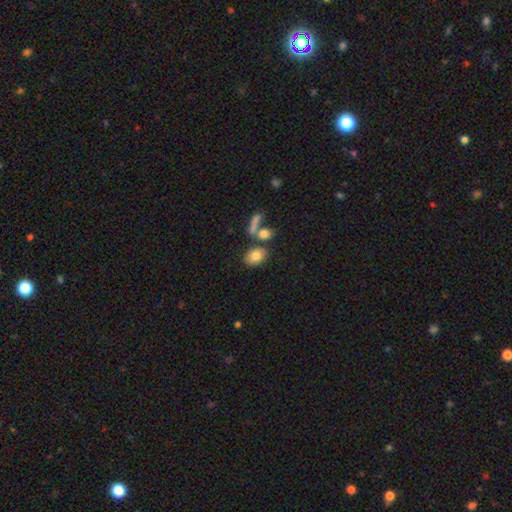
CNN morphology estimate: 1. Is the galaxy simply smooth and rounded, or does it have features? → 80% smooth, 12% featured or disk, 9% star or artifact.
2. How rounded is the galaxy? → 79% in between, 19% round, 2% cigar-shaped.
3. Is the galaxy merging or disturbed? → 62% none, 22% merger, 11% minor disturbance, 5% major disturbance.